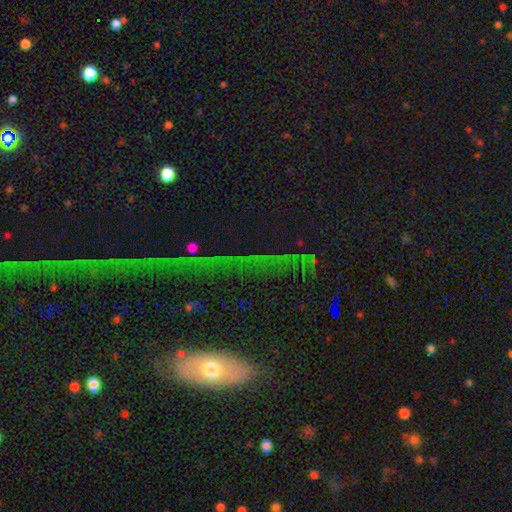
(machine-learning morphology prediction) The model was most divided on "smooth or featured": star or artifact: 75%, smooth: 12%, featured or disk: 12%.